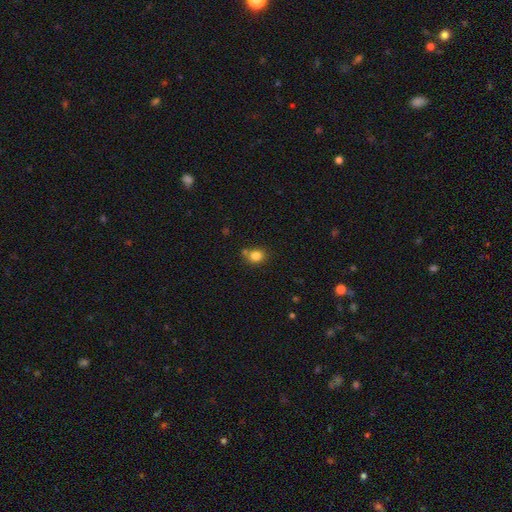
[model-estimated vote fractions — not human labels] smooth 82%, star or artifact 11%, featured or disk 7%. Down the decision tree: how rounded — round (70%); merging — none (66%).